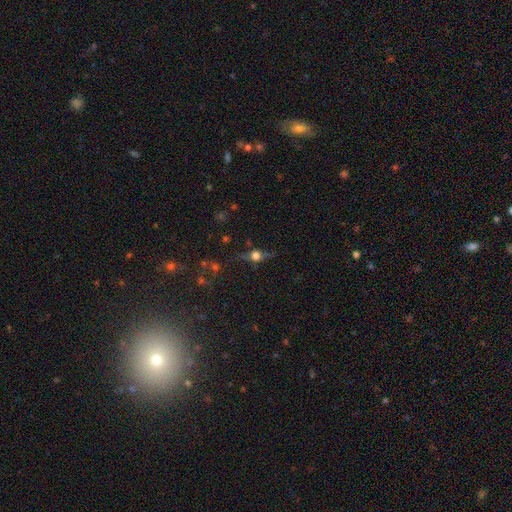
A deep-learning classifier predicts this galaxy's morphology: A featured or disk galaxy (50%) viewed edge-on (86%). Merging: none (74%).